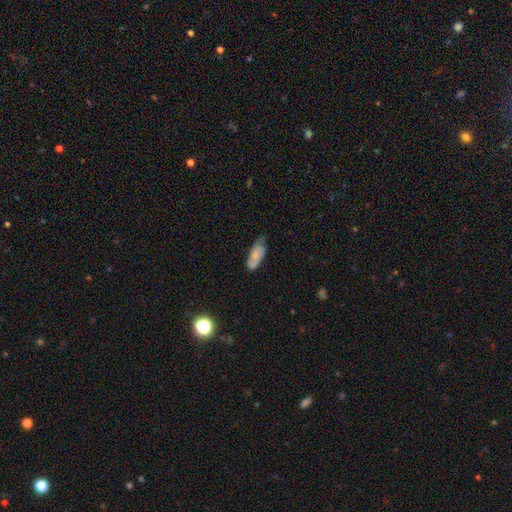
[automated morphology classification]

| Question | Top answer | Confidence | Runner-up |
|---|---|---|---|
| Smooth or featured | smooth | 64% | featured or disk (29%) |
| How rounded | in between | 76% | cigar-shaped (22%) |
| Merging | none | 56% | minor disturbance (32%) |